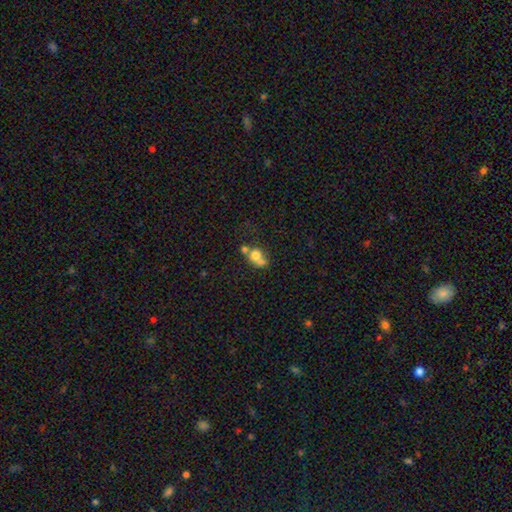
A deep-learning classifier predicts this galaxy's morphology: Smooth or featured?
  - smooth: 66% *
  - featured or disk: 21%
  - star or artifact: 12%
How rounded?
  - round: 64% *
  - in between: 34%
  - cigar-shaped: 1%
Merging?
  - merger: 56% *
  - none: 28%
  - minor disturbance: 9%
  - major disturbance: 6%